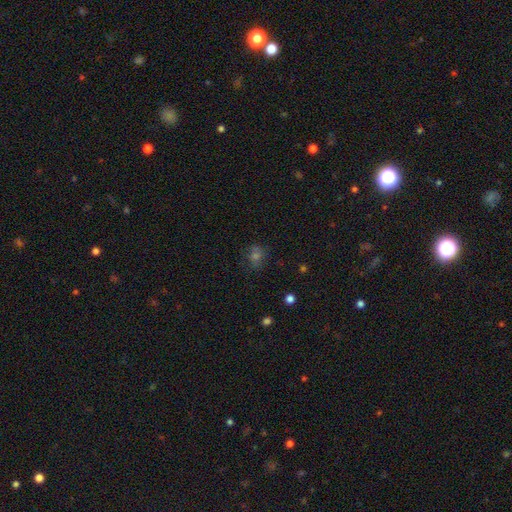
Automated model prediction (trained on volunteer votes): Overall: smooth (53%; star or artifact 32%). How rounded: round (73%). Merging: none (76%).